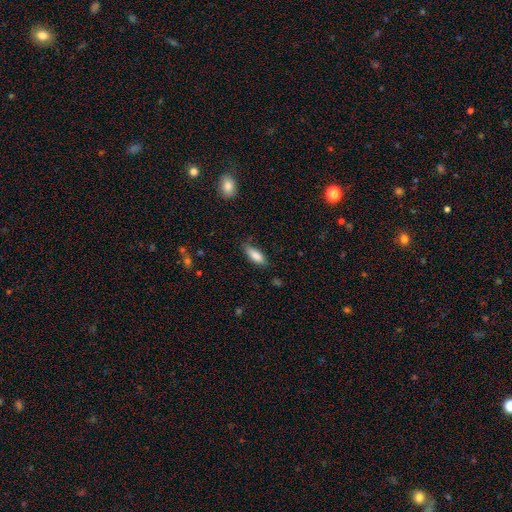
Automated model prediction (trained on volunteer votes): A smooth galaxy with no disk features (84%) that is in between round and cigar-shaped (68%).

Vote fractions:
- Smooth or featured? smooth: 84% / featured or disk: 9% / star or artifact: 7%
- How rounded? in between: 68% / cigar-shaped: 30% / round: 2%
- Merging? none: 76% / minor disturbance: 19% / major disturbance: 4% / merger: 2%